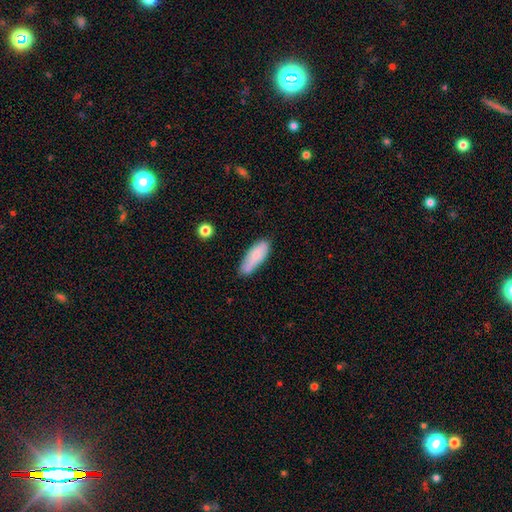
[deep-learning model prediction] Smooth or featured? Predicted: smooth (p=0.77). How rounded? Predicted: in between (p=0.62). Merging? Predicted: none (p=0.66).